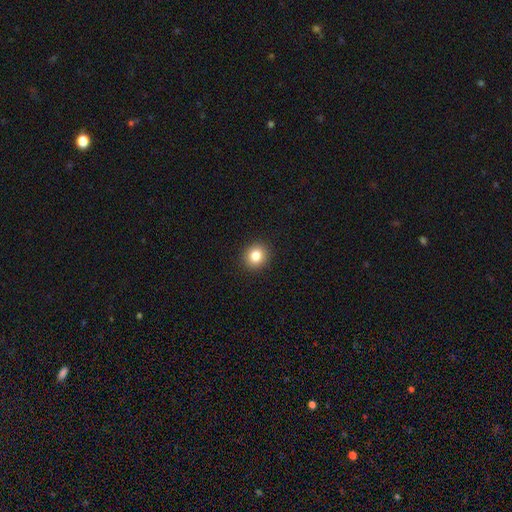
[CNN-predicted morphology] smooth_or_featured: smooth (p=0.84) [alt: star or artifact p=0.10]
how_rounded: round (p=0.80) [alt: in between p=0.19]
merging: none (p=0.92) [alt: minor disturbance p=0.06]